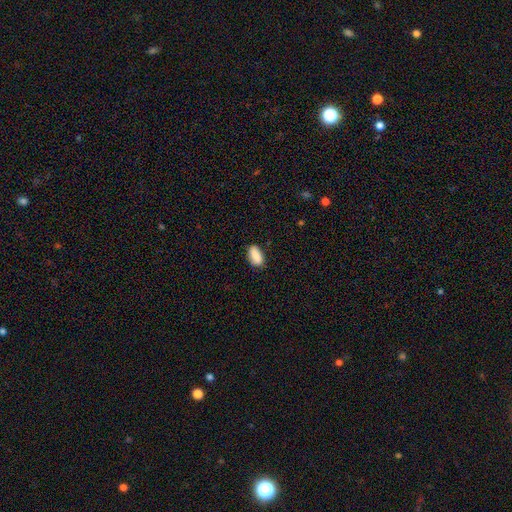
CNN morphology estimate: smooth-or-featured: smooth: 85% | featured or disk: 8% | star or artifact: 7%
  how-rounded: in between: 91% | round: 5% | cigar-shaped: 5%
  merging: none: 82% | minor disturbance: 14% | major disturbance: 3% | merger: 1%